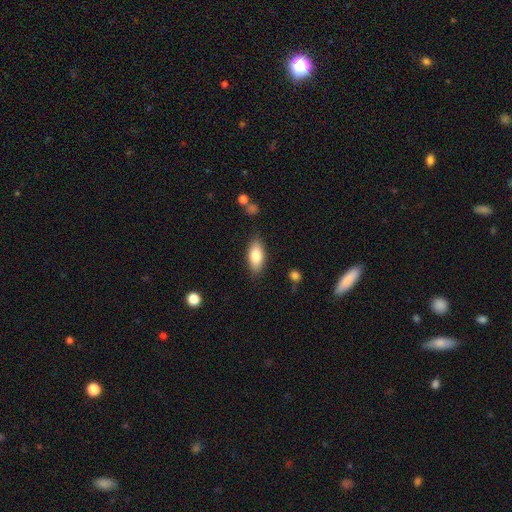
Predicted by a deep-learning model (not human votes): Overall: smooth (80%). How rounded: in between (86%). Merging: none (85%).